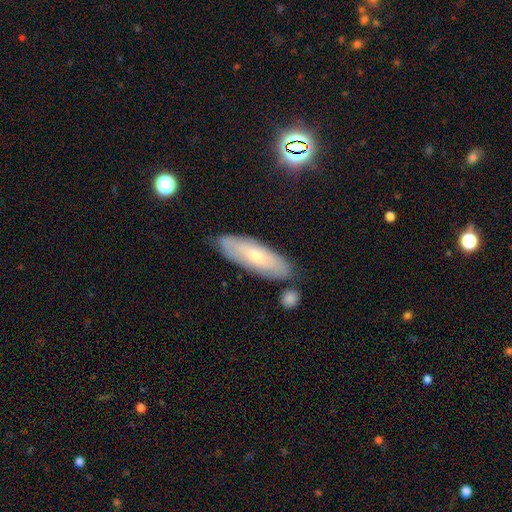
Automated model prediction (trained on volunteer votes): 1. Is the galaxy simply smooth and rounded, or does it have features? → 49% featured or disk, 44% smooth, 7% star or artifact.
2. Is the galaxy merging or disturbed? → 77% none, 15% minor disturbance, 5% merger, 3% major disturbance.